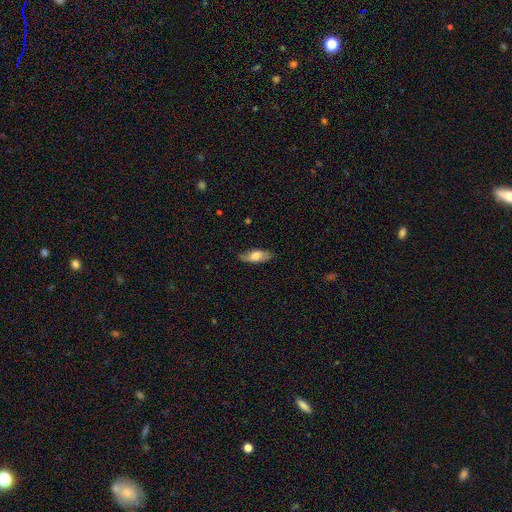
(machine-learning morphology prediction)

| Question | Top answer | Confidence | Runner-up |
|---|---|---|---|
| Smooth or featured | smooth | 58% | featured or disk (36%) |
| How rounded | in between | 74% | cigar-shaped (23%) |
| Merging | none | 75% | minor disturbance (20%) |